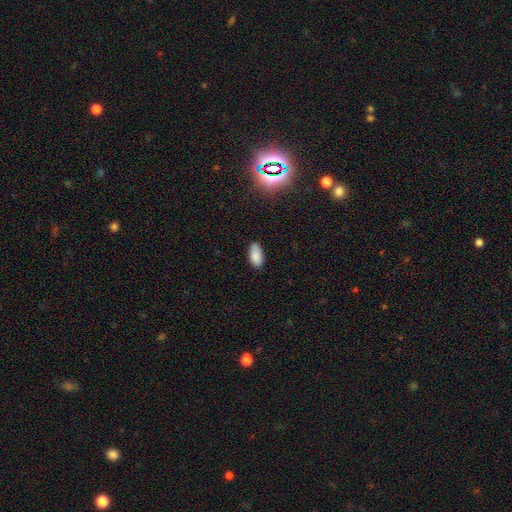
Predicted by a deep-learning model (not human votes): Overall: smooth (87%). How rounded: in between (93%). Merging: none (81%).